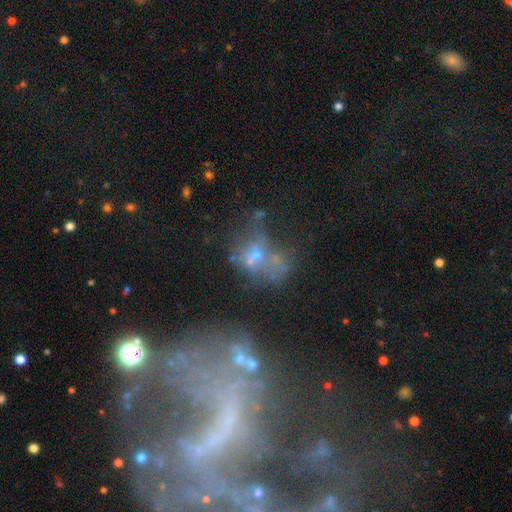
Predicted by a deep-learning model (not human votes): Smooth or featured? Predicted: featured or disk (p=0.43). Merging? Predicted: merger (p=0.30, tied with none).